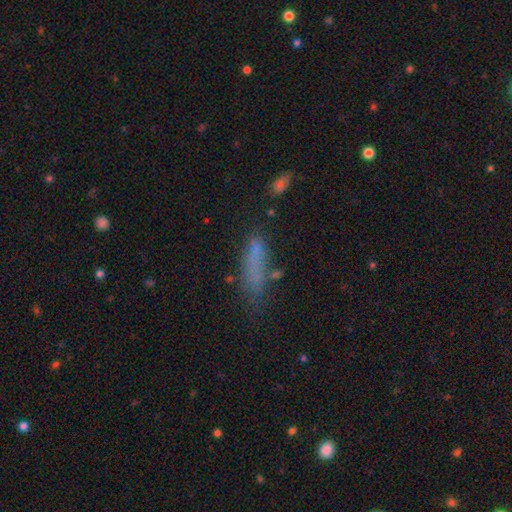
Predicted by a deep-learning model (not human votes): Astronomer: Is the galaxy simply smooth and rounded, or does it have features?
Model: smooth — 62%.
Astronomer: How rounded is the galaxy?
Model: cigar-shaped — 52% (runner-up: in between, 44%).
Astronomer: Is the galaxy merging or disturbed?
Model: none — 48% (runner-up: minor disturbance, 24%).